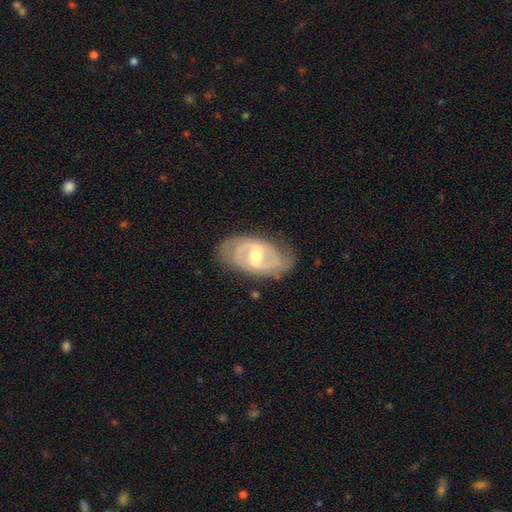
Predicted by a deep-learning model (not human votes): Q: Smooth or featured?
A: featured or disk (82%); runner-up: smooth (13%)
Q: Edge-on disk?
A: no (94%); runner-up: yes (6%)
Q: Bar?
A: weak (48%); runner-up: strong (33%)
Q: Spiral arms?
A: yes (85%); runner-up: no (15%)
Q: Spiral winding?
A: tight (48%); runner-up: medium (39%)
Q: Spiral arm count?
A: 2 (73%); runner-up: can't tell (16%)
Q: Bulge size?
A: moderate (67%); runner-up: small (27%)
Q: Merging?
A: none (78%); runner-up: minor disturbance (16%)